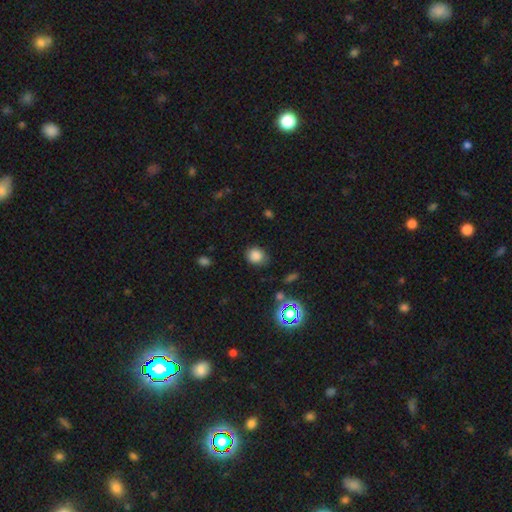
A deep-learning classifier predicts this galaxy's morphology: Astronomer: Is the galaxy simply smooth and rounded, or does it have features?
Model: smooth — 82%.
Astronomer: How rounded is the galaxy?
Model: round — 69%.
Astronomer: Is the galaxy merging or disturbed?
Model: none — 78%.